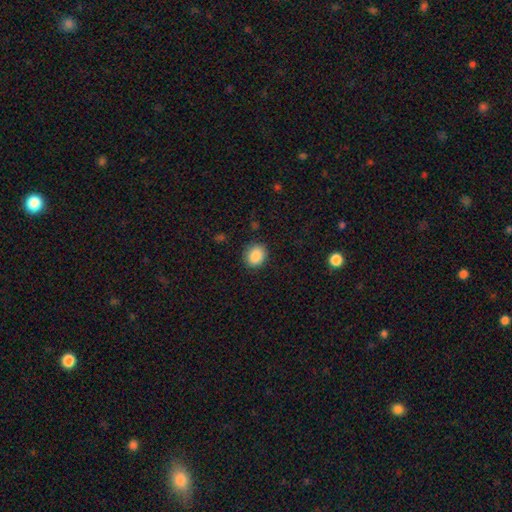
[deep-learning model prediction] smooth_or_featured: smooth (p=0.88) [alt: star or artifact p=0.08]
how_rounded: round (p=0.68) [alt: in between p=0.31]
merging: none (p=0.87) [alt: minor disturbance p=0.09]